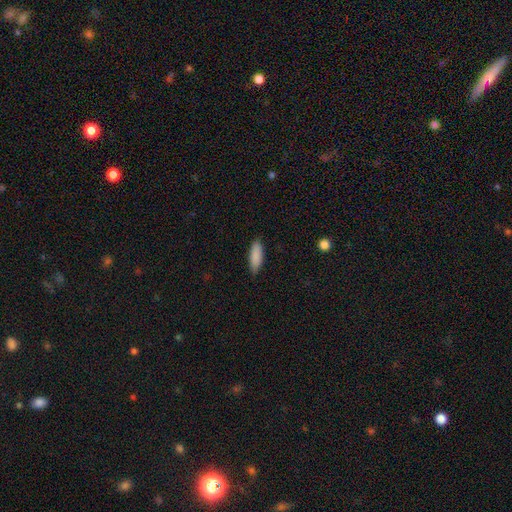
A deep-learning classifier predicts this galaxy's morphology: Q: Smooth or featured?
A: smooth (89%); runner-up: star or artifact (6%)
Q: How rounded?
A: in between (61%); runner-up: cigar-shaped (38%)
Q: Merging?
A: none (86%); runner-up: minor disturbance (11%)